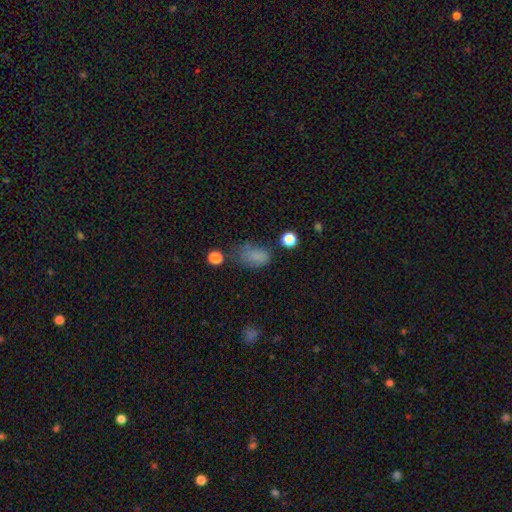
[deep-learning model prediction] A smooth galaxy with no disk features (77%) that is in between round and cigar-shaped (83%). Merging: none (43%).